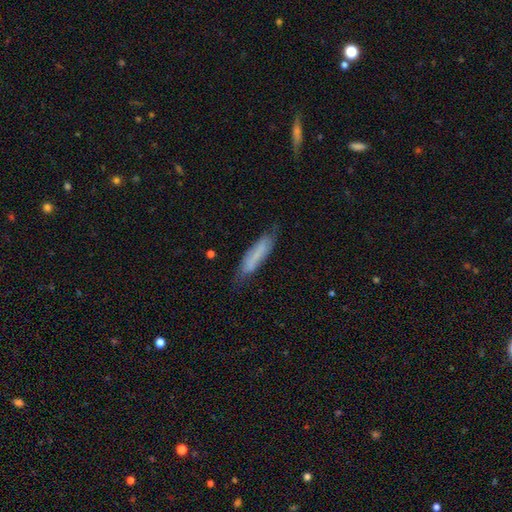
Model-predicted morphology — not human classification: A smooth galaxy with no disk features (62%) that is cigar-shaped (76%). Merging: none (71%).